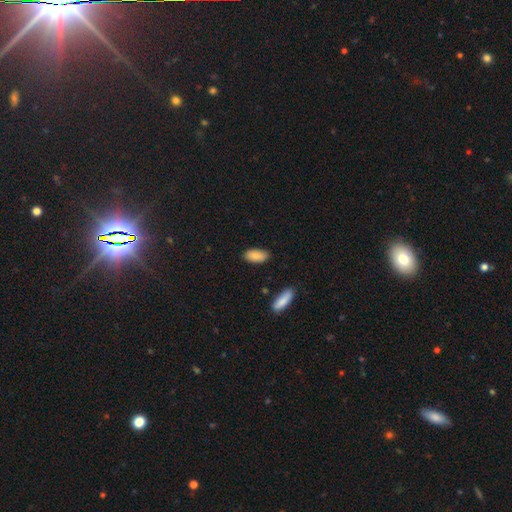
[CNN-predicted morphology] A smooth galaxy with no disk features (88%) that is in between round and cigar-shaped (90%).

Vote fractions:
- Smooth or featured? smooth: 88% / star or artifact: 6% / featured or disk: 5%
- How rounded? in between: 90% / cigar-shaped: 8% / round: 2%
- Merging? none: 85% / minor disturbance: 11% / major disturbance: 2% / merger: 2%